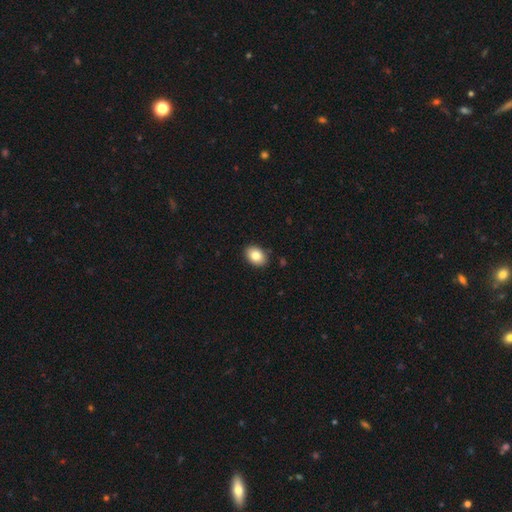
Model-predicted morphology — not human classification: A smooth galaxy with no disk features (85%) that is in between round and cigar-shaped (80%).

Vote fractions:
- Smooth or featured? smooth: 85% / featured or disk: 8% / star or artifact: 8%
- How rounded? in between: 80% / round: 19% / cigar-shaped: 1%
- Merging? none: 89% / minor disturbance: 8% / major disturbance: 2% / merger: 1%